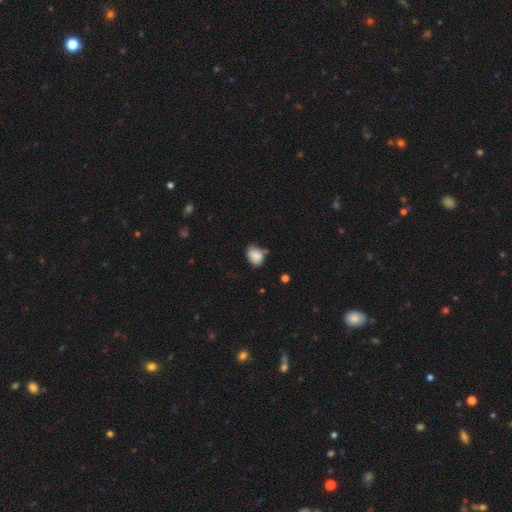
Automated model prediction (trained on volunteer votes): This appears to be a smooth galaxy with no disk features (84%) that is in between round and cigar-shaped (70%). Merging: none (54%).